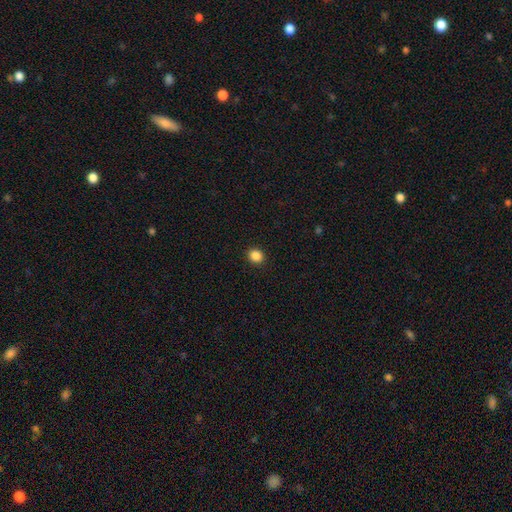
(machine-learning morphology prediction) Smooth or featured?
  - smooth: 87% *
  - star or artifact: 10%
  - featured or disk: 3%
How rounded?
  - round: 70% *
  - in between: 29%
  - cigar-shaped: 1%
Merging?
  - none: 92% *
  - minor disturbance: 5%
  - major disturbance: 2%
  - merger: 1%